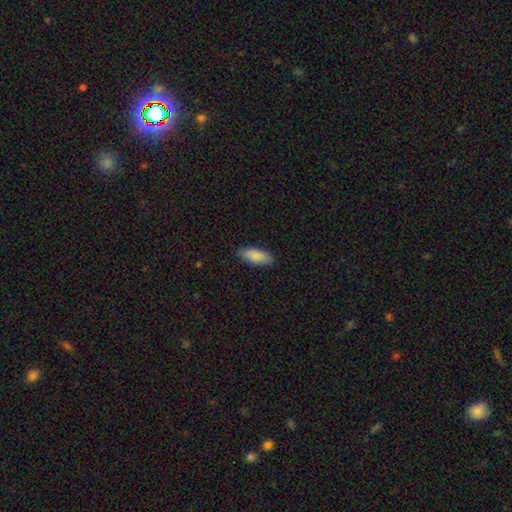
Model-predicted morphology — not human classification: smooth_or_featured: smooth (p=0.89) [alt: star or artifact p=0.06]
how_rounded: in between (p=0.77) [alt: cigar-shaped p=0.21]
merging: none (p=0.88) [alt: minor disturbance p=0.09]